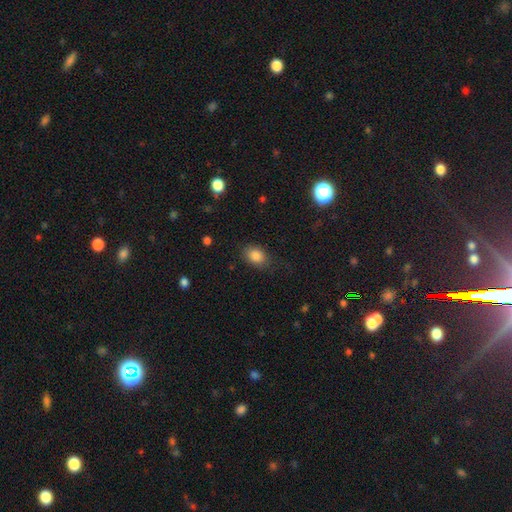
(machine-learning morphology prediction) This appears to be a smooth galaxy with no disk features (85%) that is in between round and cigar-shaped (71%). Merging: none (75%).